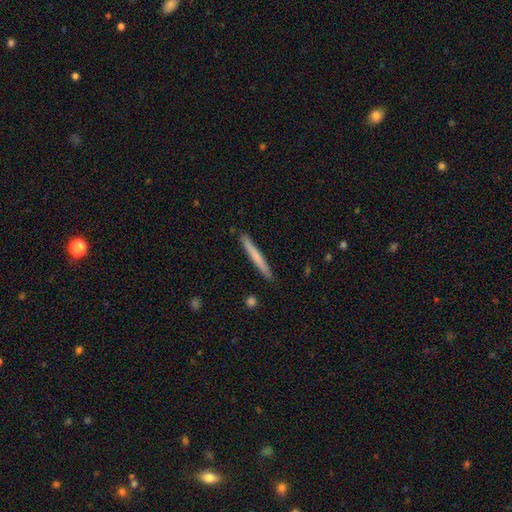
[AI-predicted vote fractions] A smooth galaxy with no disk features (66%) that is cigar-shaped (97%).

Vote fractions:
- Smooth or featured? smooth: 66% / featured or disk: 28% / star or artifact: 5%
- How rounded? cigar-shaped: 97% / in between: 2% / round: 1%
- Merging? none: 91% / minor disturbance: 7% / major disturbance: 1% / merger: 1%